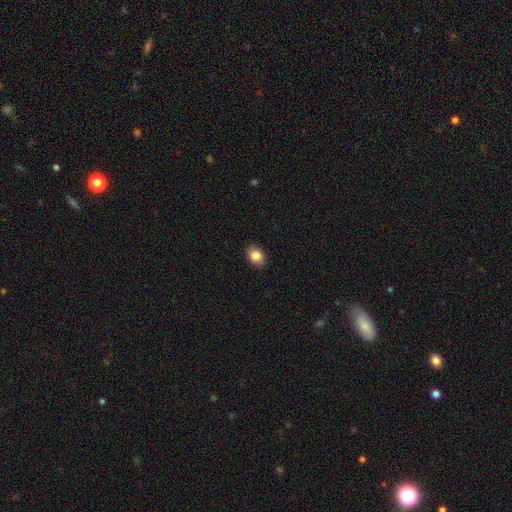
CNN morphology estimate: type=smooth (85%); roundness=in between (64%); merging=none (88%).